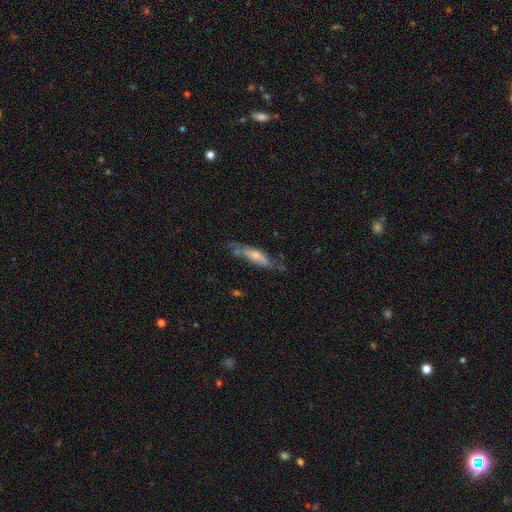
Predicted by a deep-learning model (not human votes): smooth 50%, featured or disk 44%, star or artifact 7%. Down the decision tree: merging — none (52%).